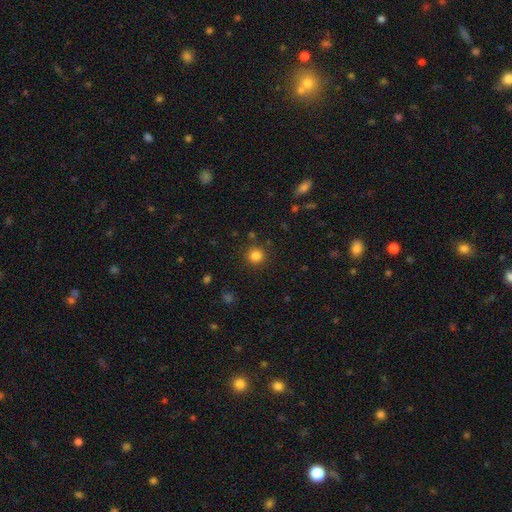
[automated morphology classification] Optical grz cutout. It shows a smooth galaxy with no disk features (83%) that is round (92%). Merging: none (88%).